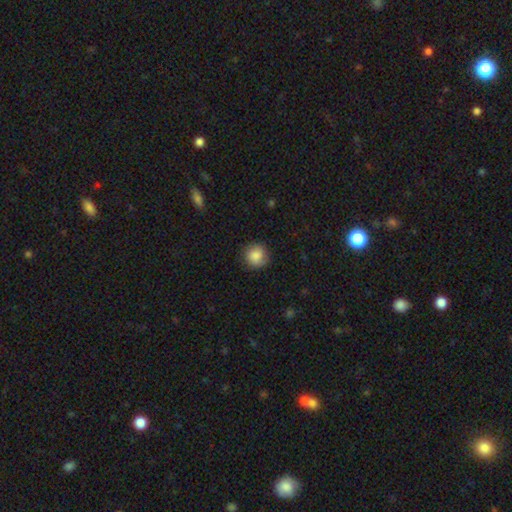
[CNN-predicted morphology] This is clearly a smooth galaxy (84%). How rounded: clearly round (92%). Merging: clearly none (84%).